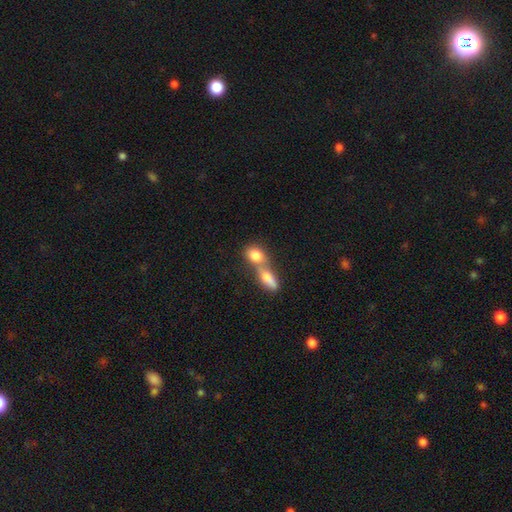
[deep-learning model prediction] A smooth galaxy with no disk features (81%) that is in between round and cigar-shaped (61%). Merging: merger (67%).